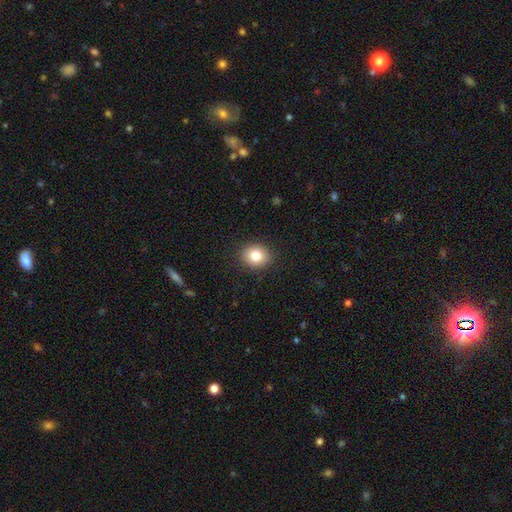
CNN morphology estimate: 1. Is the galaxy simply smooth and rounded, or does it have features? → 81% smooth, 10% star or artifact, 9% featured or disk.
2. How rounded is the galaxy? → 67% round, 32% in between, 1% cigar-shaped.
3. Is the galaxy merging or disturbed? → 90% none, 7% minor disturbance, 2% major disturbance, 1% merger.